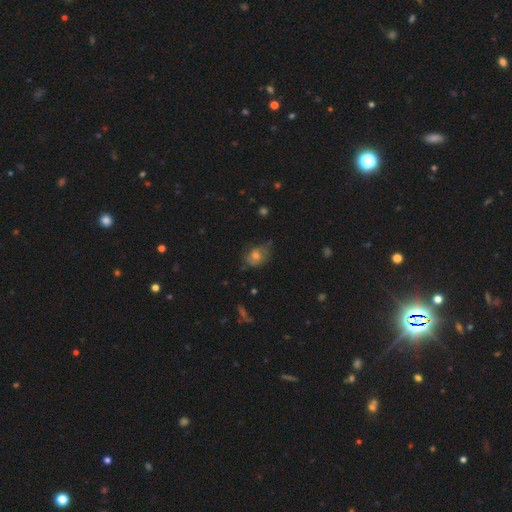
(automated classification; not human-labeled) Overall: smooth (50%; featured or disk 36%). How rounded: in between (63%; round 35%). Merging: none (55%; minor disturbance 30%).